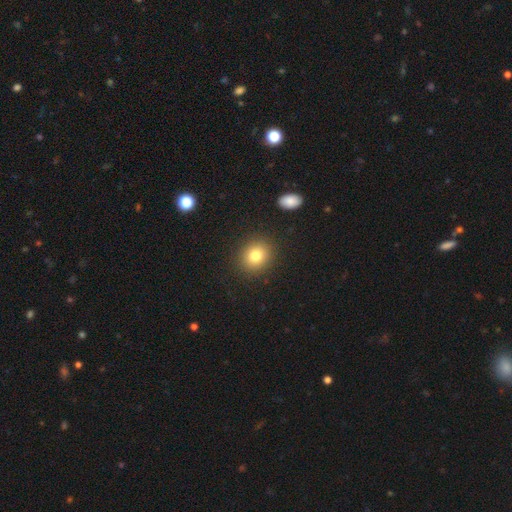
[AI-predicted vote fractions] This appears to be a smooth galaxy with no disk features (79%) that is round (76%). Merging: none (89%).